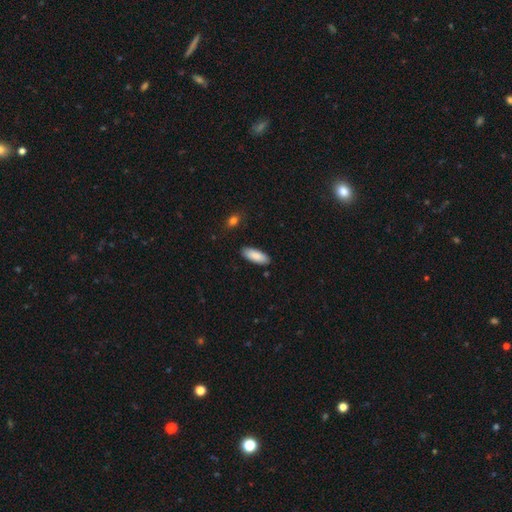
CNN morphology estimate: Smooth or featured?
  - smooth: 89% *
  - star or artifact: 6%
  - featured or disk: 6%
How rounded?
  - in between: 77% *
  - cigar-shaped: 22%
  - round: 2%
Merging?
  - none: 87% *
  - minor disturbance: 9%
  - major disturbance: 2%
  - merger: 1%